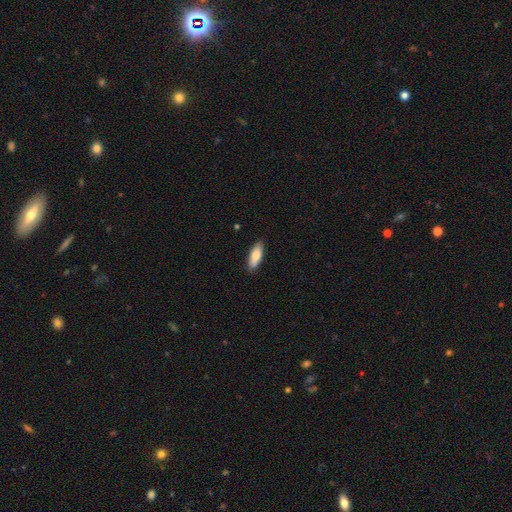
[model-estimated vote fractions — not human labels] smooth-or-featured: smooth: 83% | featured or disk: 12% | star or artifact: 6%
  how-rounded: in between: 65% | cigar-shaped: 33% | round: 2%
  merging: none: 87% | minor disturbance: 10% | major disturbance: 2% | merger: 1%